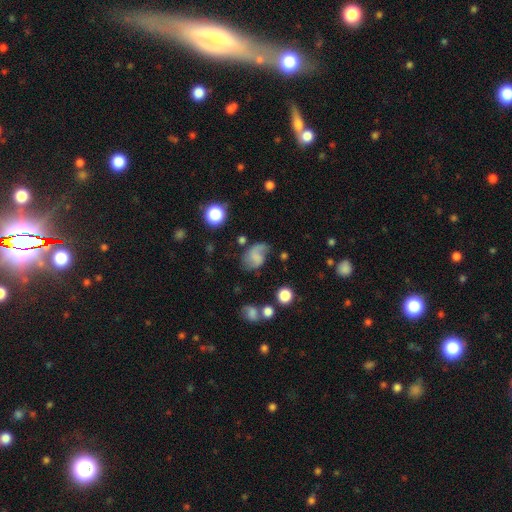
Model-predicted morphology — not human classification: smooth-or-featured: featured or disk: 51% | smooth: 38% | star or artifact: 11%
  disk-edge-on: no: 97% | yes: 3%
  merging: none: 47% | minor disturbance: 27% | major disturbance: 21% | merger: 5%